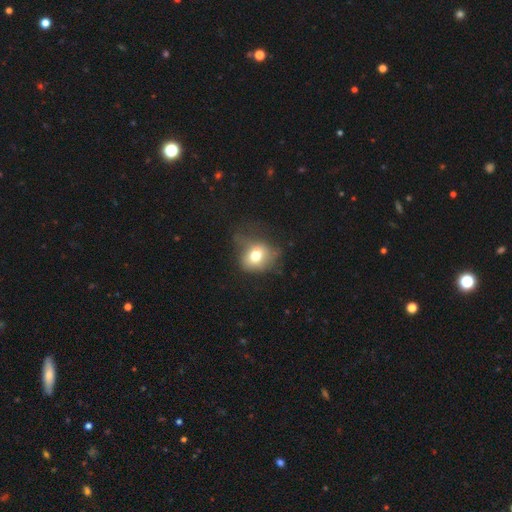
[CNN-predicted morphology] This appears to be a smooth galaxy with no disk features (69%) that is round (53%). Merging: none (41%).